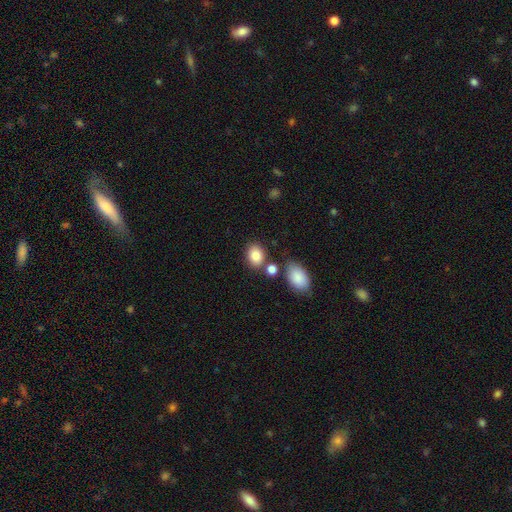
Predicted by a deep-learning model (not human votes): Smooth or featured? Predicted: smooth (p=0.84). How rounded? Predicted: in between (p=0.65). Merging? Predicted: none (p=0.71).